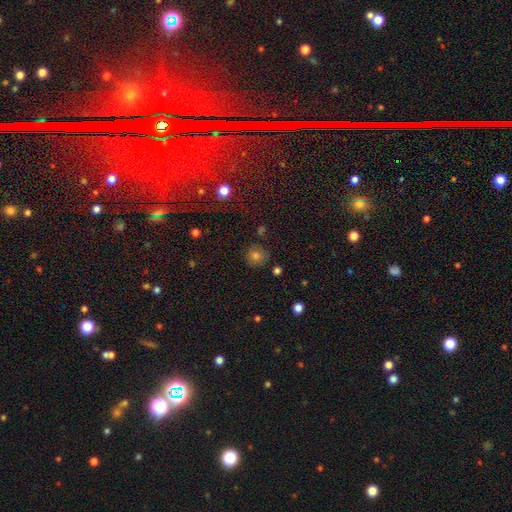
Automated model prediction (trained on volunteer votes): Q: Smooth or featured?
A: smooth (74%); runner-up: star or artifact (17%)
Q: How rounded?
A: round (89%); runner-up: in between (10%)
Q: Merging?
A: none (84%); runner-up: minor disturbance (11%)